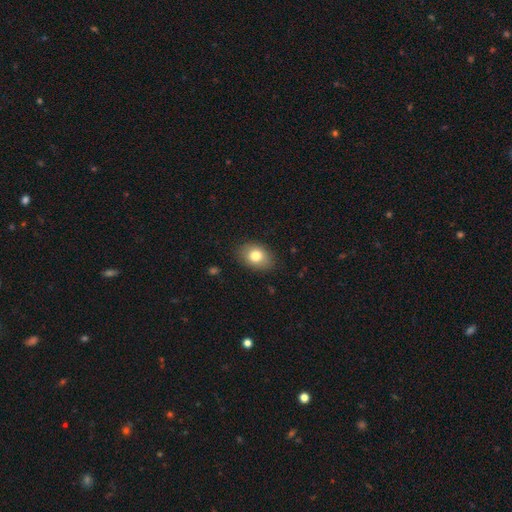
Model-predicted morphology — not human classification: Smooth or featured?
  - smooth: 80% *
  - featured or disk: 12%
  - star or artifact: 8%
How rounded?
  - in between: 76% *
  - round: 23%
  - cigar-shaped: 1%
Merging?
  - none: 84% *
  - minor disturbance: 12%
  - major disturbance: 3%
  - merger: 1%